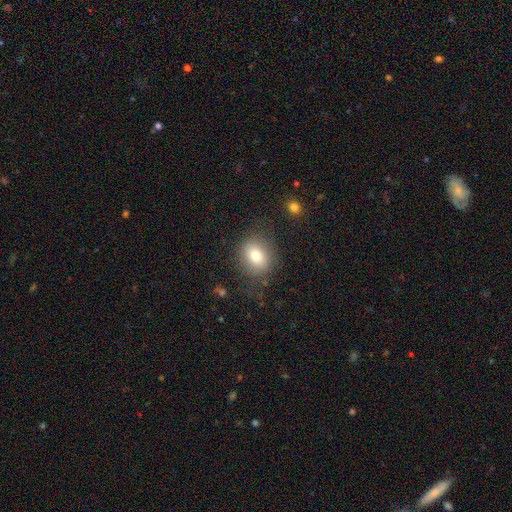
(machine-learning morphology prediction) Smooth or featured? smooth (76%)
How rounded? round (66%)
Merging? none (77%)